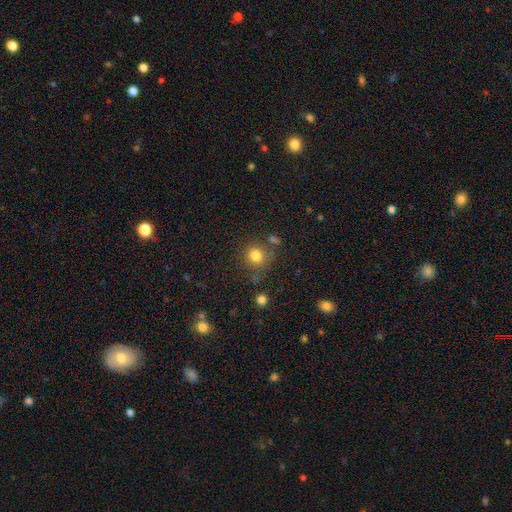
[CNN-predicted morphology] Smooth or featured? Predicted: smooth (p=0.81). How rounded? Predicted: round (p=0.88). Merging? Predicted: none (p=0.73).